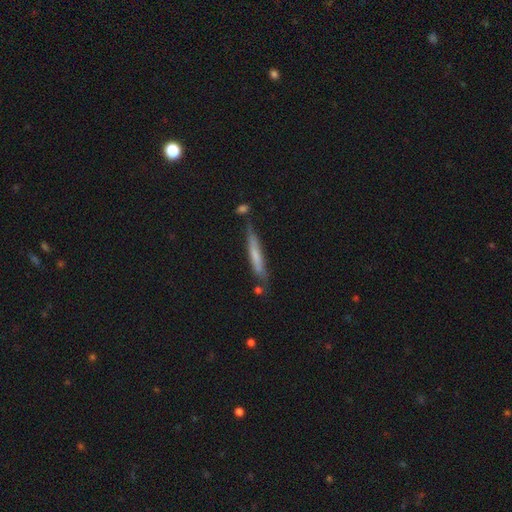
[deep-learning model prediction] Overall: smooth (56%; featured or disk 38%). How rounded: cigar-shaped (93%). Merging: none (72%).